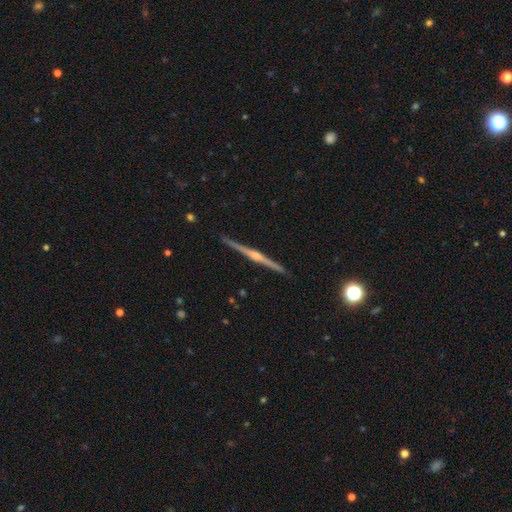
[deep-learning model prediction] smooth-or-featured: featured or disk: 87% | smooth: 8% | star or artifact: 5%
  disk-edge-on: yes: 99% | no: 1%
    edge-on-bulge: rounded: 86% | none: 7% | boxy: 6%
  merging: none: 93% | minor disturbance: 5% | major disturbance: 1% | merger: 1%